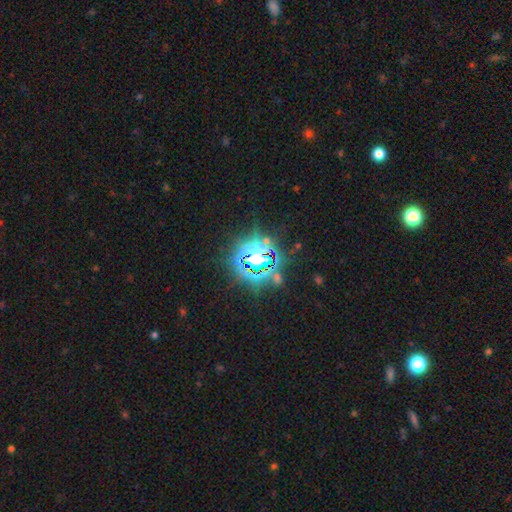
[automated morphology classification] A star or artifact, not a galaxy (78%).

Vote fractions:
- Smooth or featured? star or artifact: 78% / smooth: 13% / featured or disk: 9%